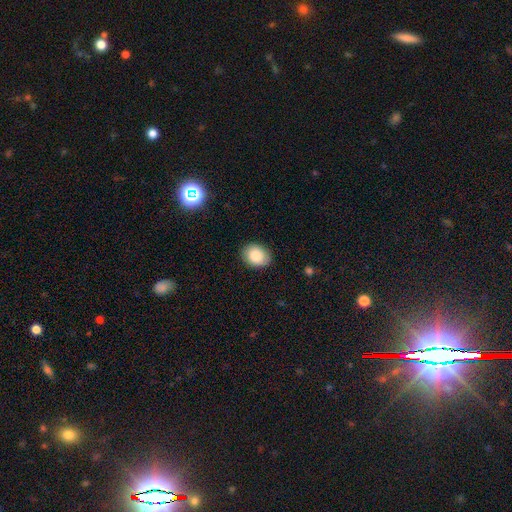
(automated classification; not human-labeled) Smooth or featured? Predicted: smooth (p=0.83). How rounded? Predicted: in between (p=0.62). Merging? Predicted: none (p=0.87).